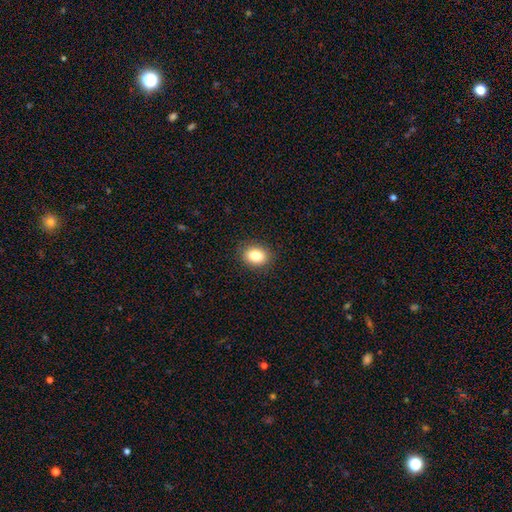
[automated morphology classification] smooth 84%, star or artifact 9%, featured or disk 7%. Down the decision tree: how rounded — in between (59%); merging — none (89%).